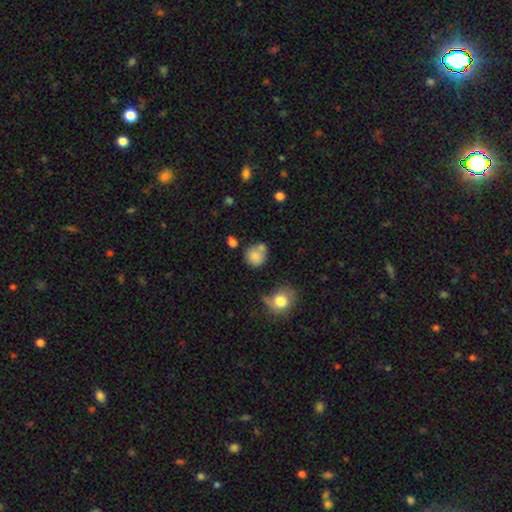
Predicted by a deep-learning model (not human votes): Smooth or featured? smooth (78%)
How rounded? round (81%)
Merging? none (52%)